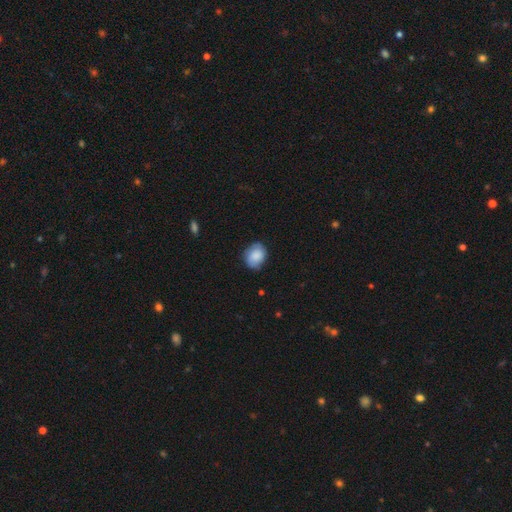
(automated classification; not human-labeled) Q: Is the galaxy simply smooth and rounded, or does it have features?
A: smooth — 78%.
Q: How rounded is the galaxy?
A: round — 51%.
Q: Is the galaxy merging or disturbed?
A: none — 73%.